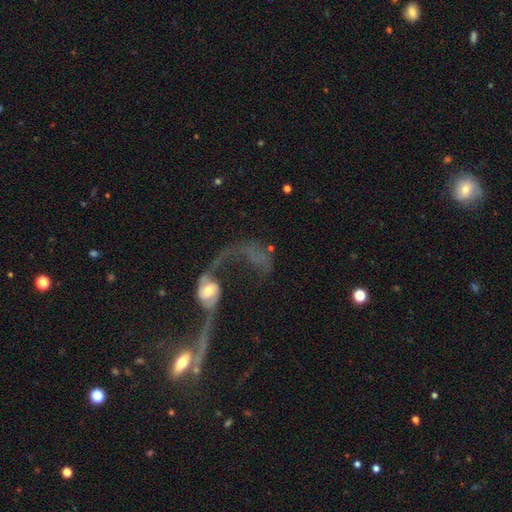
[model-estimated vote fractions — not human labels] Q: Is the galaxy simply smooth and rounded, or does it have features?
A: featured or disk — 73%.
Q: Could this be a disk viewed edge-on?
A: no — 94%.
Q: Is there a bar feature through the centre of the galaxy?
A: no — 64%.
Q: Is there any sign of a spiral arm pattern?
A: yes — 77%.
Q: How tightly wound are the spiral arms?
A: loose — 86%.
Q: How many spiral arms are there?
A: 2 — 67%.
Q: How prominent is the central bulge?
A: moderate — 43%.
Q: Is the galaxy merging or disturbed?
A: merger — 39%.